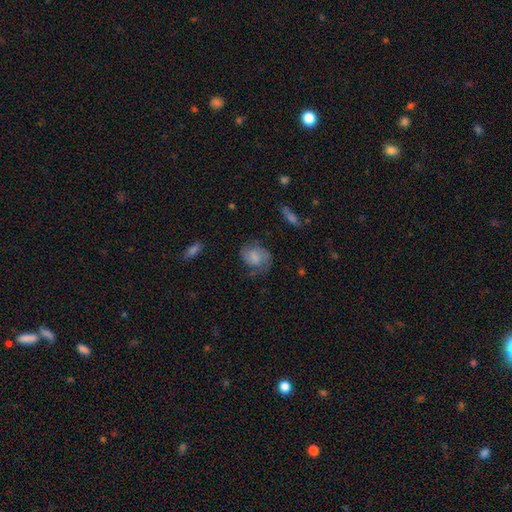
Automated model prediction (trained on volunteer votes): Smooth or featured?
  - smooth: 49% *
  - featured or disk: 43%
  - star or artifact: 9%
Merging?
  - none: 55% *
  - minor disturbance: 25%
  - major disturbance: 17%
  - merger: 2%